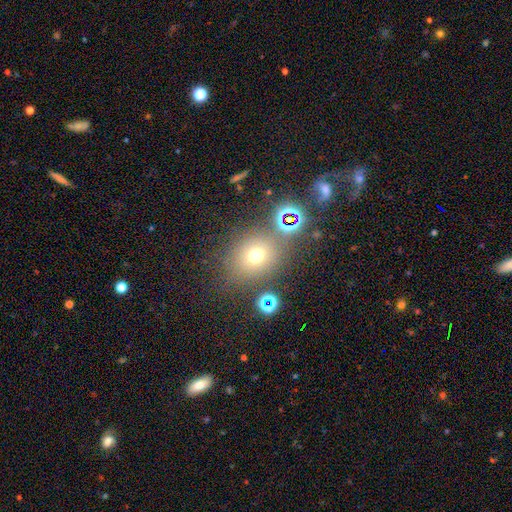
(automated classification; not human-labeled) The model was most divided on "smooth or featured": smooth: 65%, star or artifact: 23%, featured or disk: 12%. More confident: merging — none (72%); how rounded — round (71%).